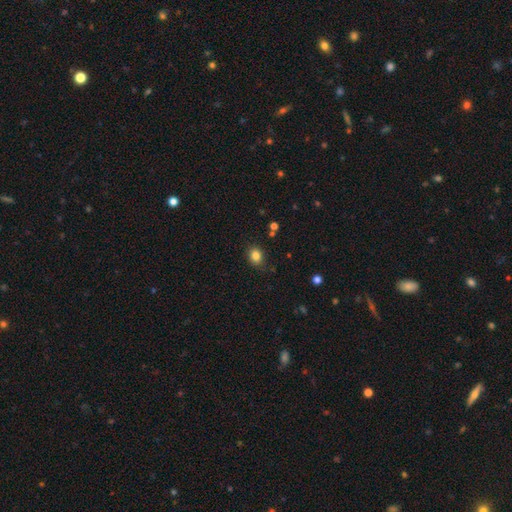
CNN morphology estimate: type=smooth (83%); roundness=round (55%); merging=none (83%).